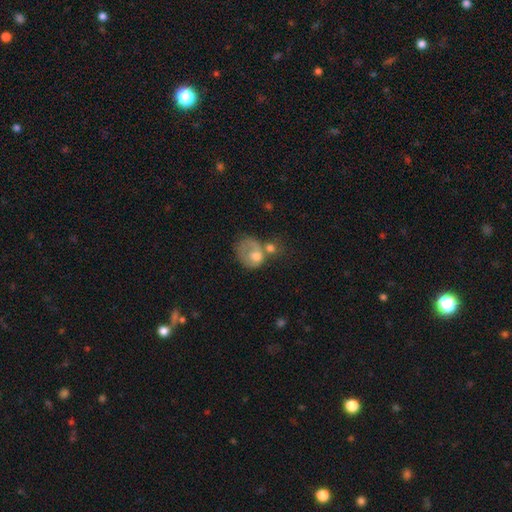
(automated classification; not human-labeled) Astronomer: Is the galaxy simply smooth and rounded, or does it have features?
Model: smooth — 57% (runner-up: featured or disk, 35%).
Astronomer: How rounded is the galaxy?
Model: in between — 51% (runner-up: round, 48%).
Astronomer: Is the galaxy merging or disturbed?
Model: merger — 36% (runner-up: major disturbance, 26%).